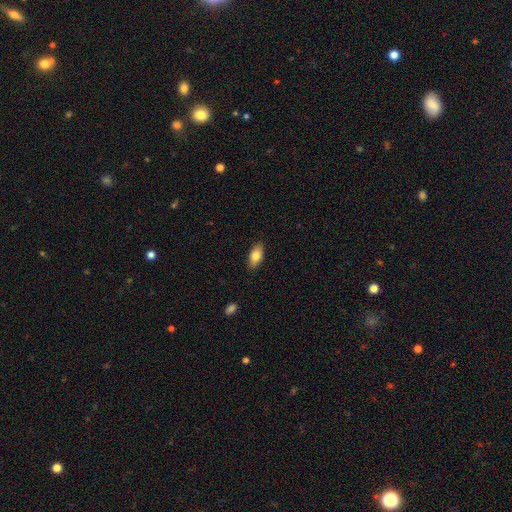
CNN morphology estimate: Overall: smooth (80%). How rounded: in between (88%). Merging: none (88%).